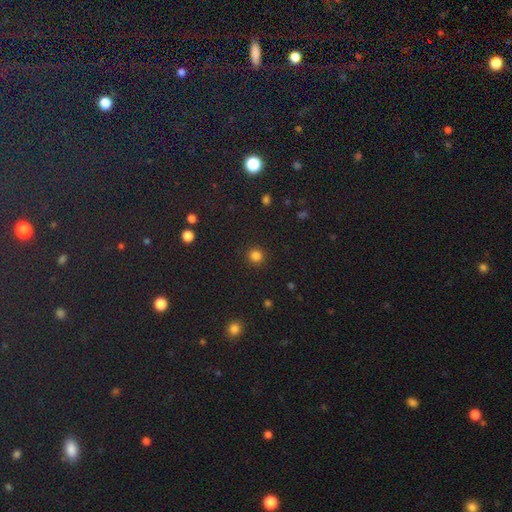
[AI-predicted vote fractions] Smooth or featured? Predicted: smooth (p=0.83). How rounded? Predicted: round (p=0.93). Merging? Predicted: none (p=0.91).